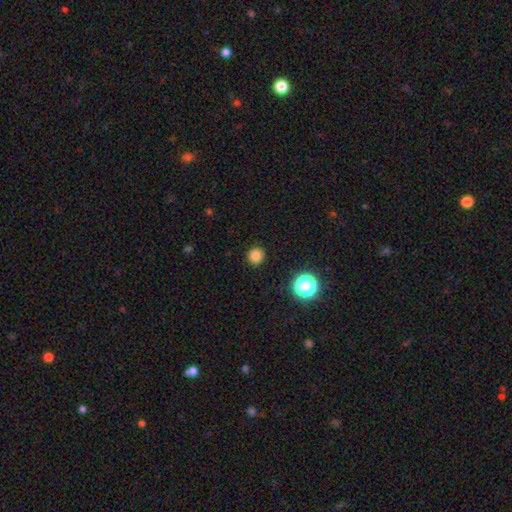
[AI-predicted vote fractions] The model was most divided on "smooth or featured": smooth: 82%, star or artifact: 14%, featured or disk: 4%. More confident: how rounded — round (93%); merging — none (92%).